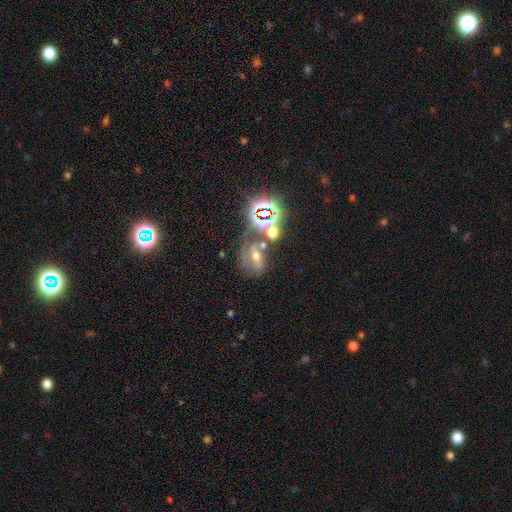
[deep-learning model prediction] Smooth or featured? featured or disk (38%)
Merging? none (45%)